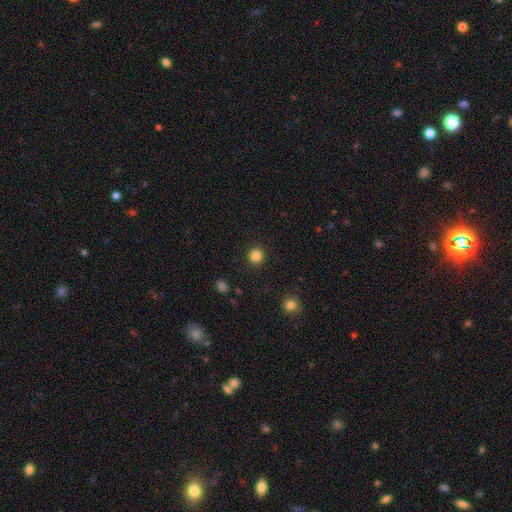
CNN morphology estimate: smooth_or_featured: smooth (p=0.84) [alt: star or artifact p=0.12]
how_rounded: round (p=0.94) [alt: in between p=0.05]
merging: none (p=0.92) [alt: minor disturbance p=0.05]